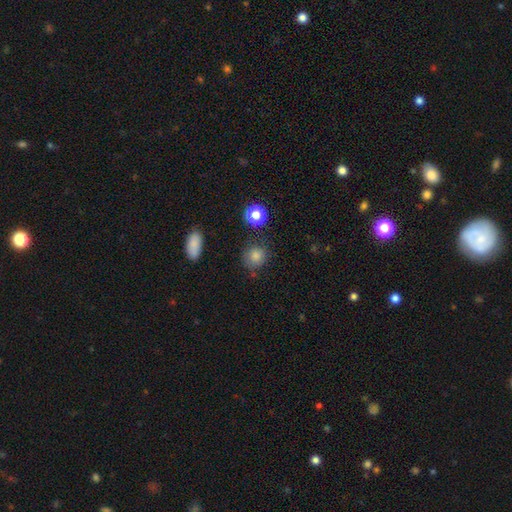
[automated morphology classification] Smooth or featured: smooth — 80% (star or artifact — 14%)
How rounded: round — 83% (in between — 16%)
Merging: none — 76% (minor disturbance — 15%)